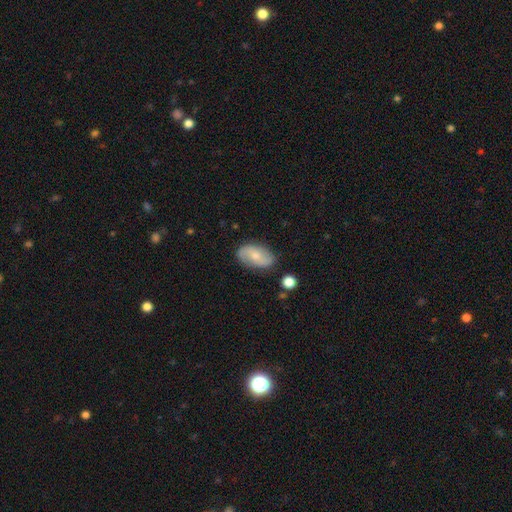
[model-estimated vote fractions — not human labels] Smooth or featured: smooth — 47% (featured or disk — 46%)
Merging: none — 79% (minor disturbance — 15%)